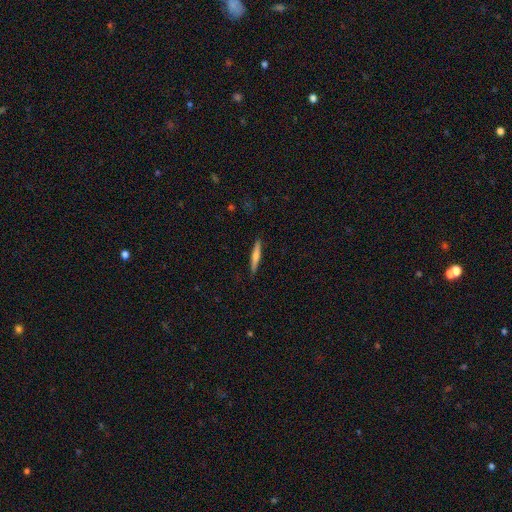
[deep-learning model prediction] This is possibly a smooth galaxy (50%). Merging: clearly none (91%).